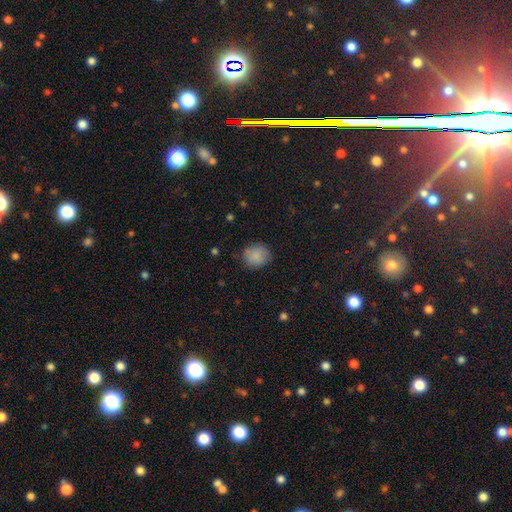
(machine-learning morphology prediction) A smooth galaxy with no disk features (86%) that is round (76%). Merging: none (81%).